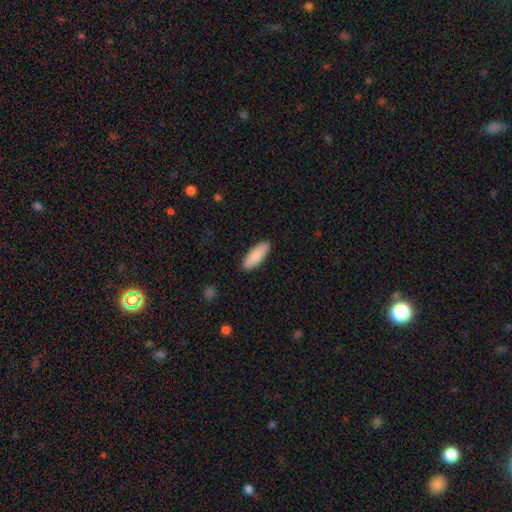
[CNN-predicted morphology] A smooth galaxy with no disk features (88%) that is in between round and cigar-shaped (68%). Merging: none (89%).